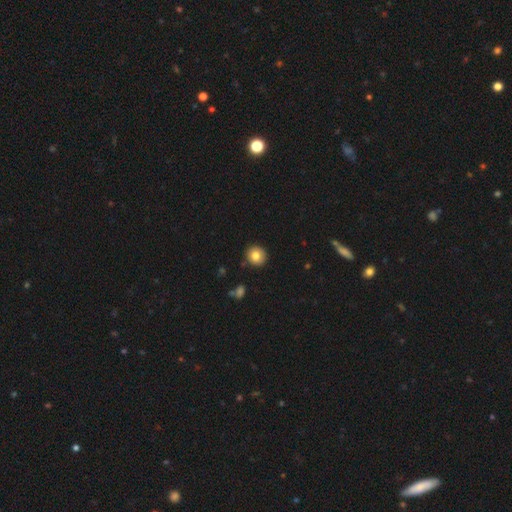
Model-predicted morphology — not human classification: type=smooth (81%); roundness=round (86%); merging=none (89%).